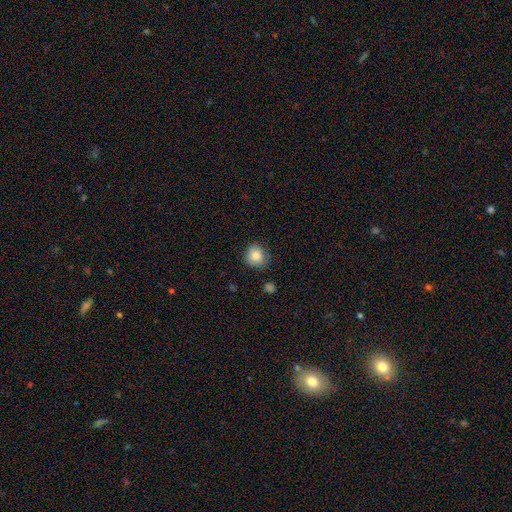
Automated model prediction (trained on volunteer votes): Smooth or featured? Predicted: smooth (p=0.84). How rounded? Predicted: round (p=0.83). Merging? Predicted: none (p=0.77).